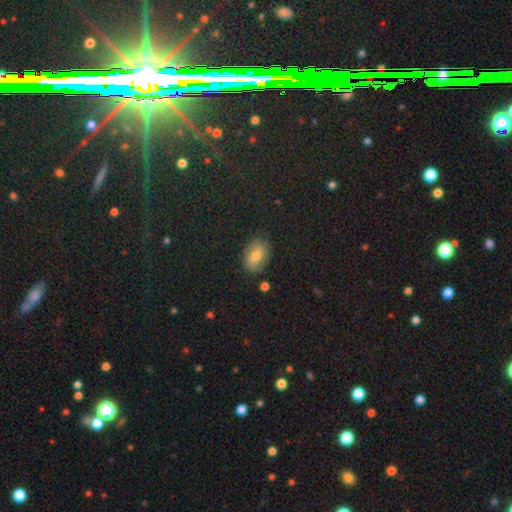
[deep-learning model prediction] This is likely a smooth galaxy (67%). How rounded: clearly in between (82%). Merging: clearly none (83%).